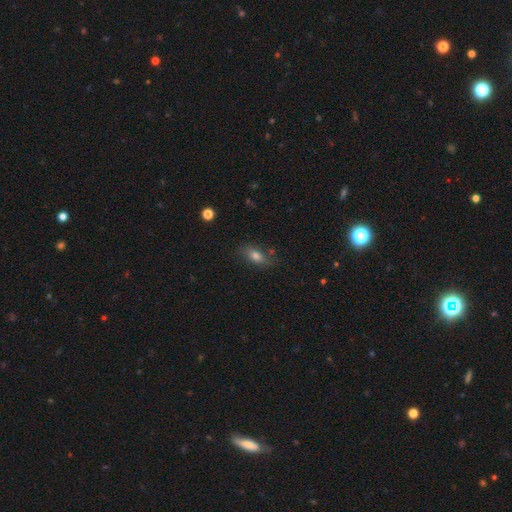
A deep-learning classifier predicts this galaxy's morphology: Smooth or featured? smooth (72%)
How rounded? in between (78%)
Merging? none (73%)